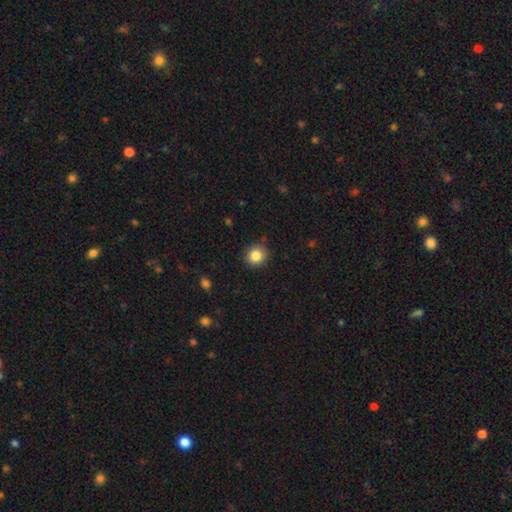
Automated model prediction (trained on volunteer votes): This appears to be a smooth galaxy with no disk features (84%) that is round (90%). Merging: none (90%).